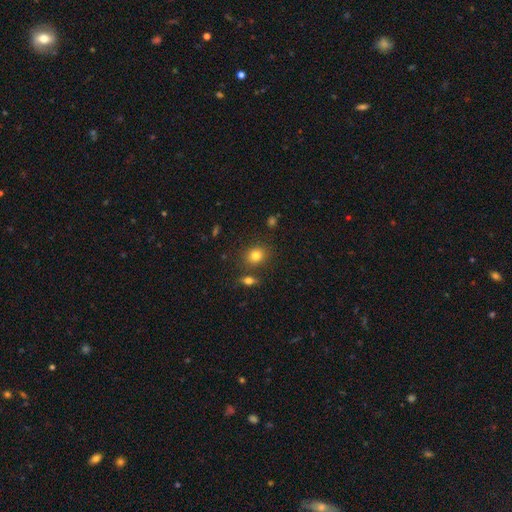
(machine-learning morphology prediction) Overall: smooth (80%). How rounded: round (62%; in between 37%). Merging: none (78%).